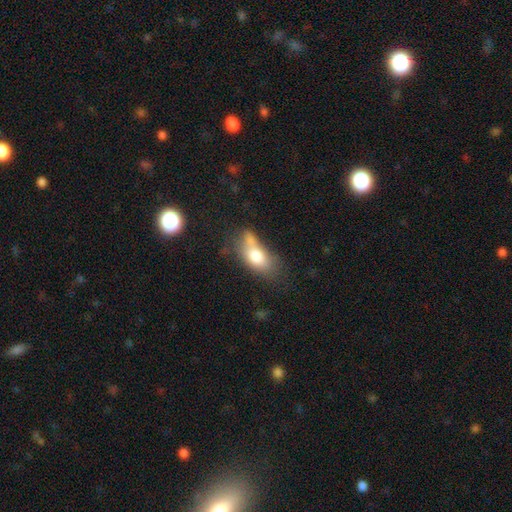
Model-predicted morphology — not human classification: This appears to be a smooth galaxy with no disk features (73%) that is in between round and cigar-shaped (84%). Merging: none (36%).